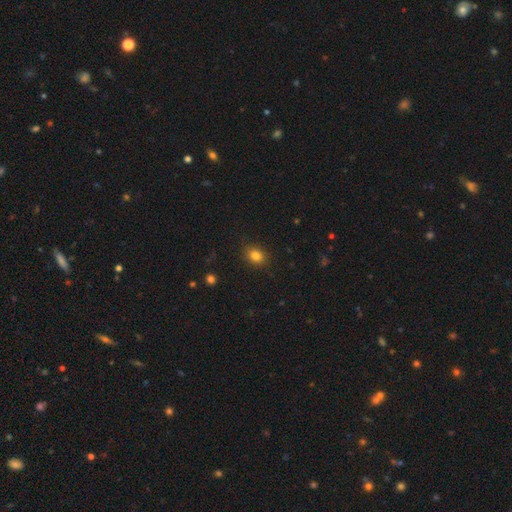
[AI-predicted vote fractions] Smooth or featured? smooth (83%)
How rounded? in between (59%)
Merging? none (87%)